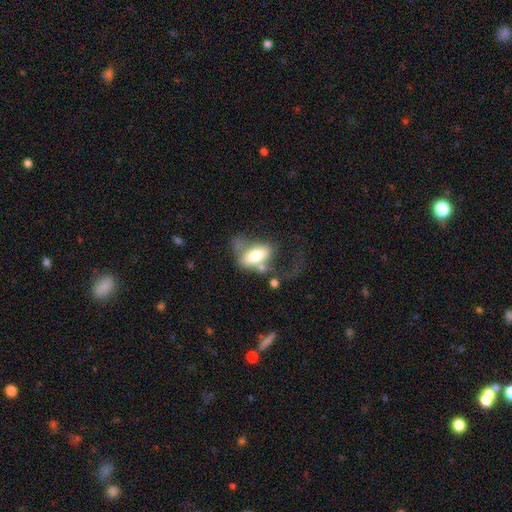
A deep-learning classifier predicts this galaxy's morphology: type=smooth (62%); roundness=in between (88%); merging=major disturbance (42%).